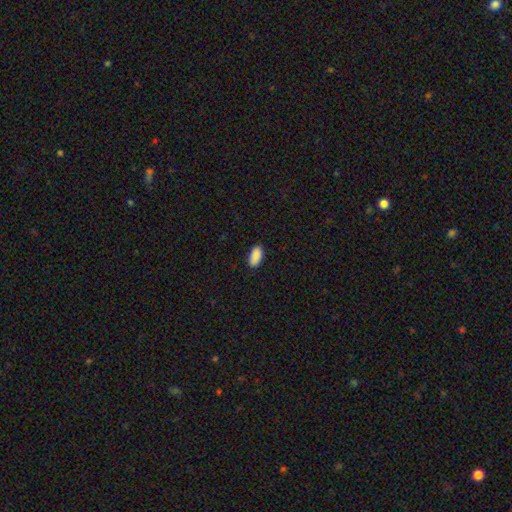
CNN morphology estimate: This is clearly a smooth galaxy (91%). How rounded: clearly in between (93%). Merging: clearly none (88%).